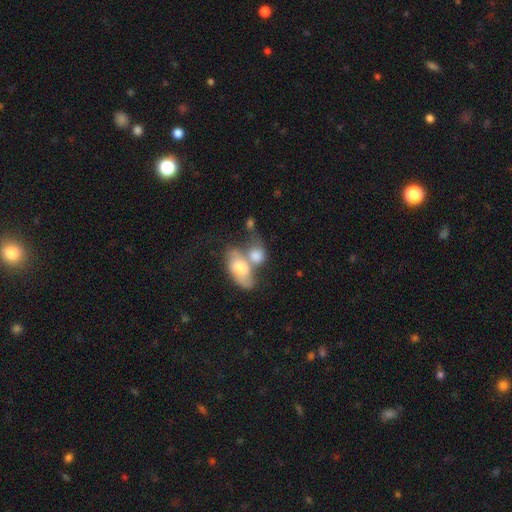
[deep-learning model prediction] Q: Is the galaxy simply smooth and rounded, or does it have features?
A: smooth — 67%.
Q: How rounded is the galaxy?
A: in between — 75%.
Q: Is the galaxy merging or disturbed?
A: merger — 65%.